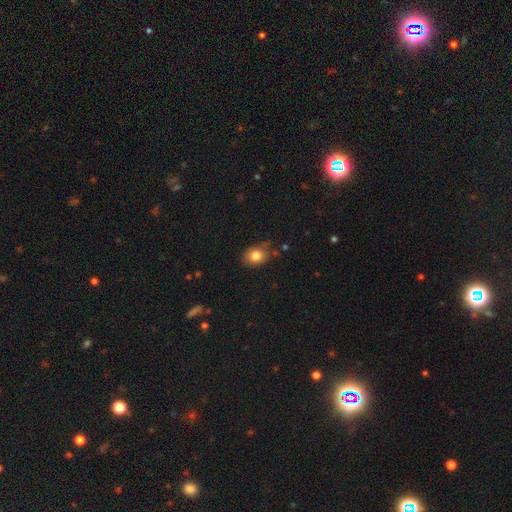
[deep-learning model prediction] smooth-or-featured: smooth: 81% | star or artifact: 10% | featured or disk: 9%
  how-rounded: in between: 60% | round: 39% | cigar-shaped: 1%
  merging: none: 72% | minor disturbance: 22% | major disturbance: 4% | merger: 3%